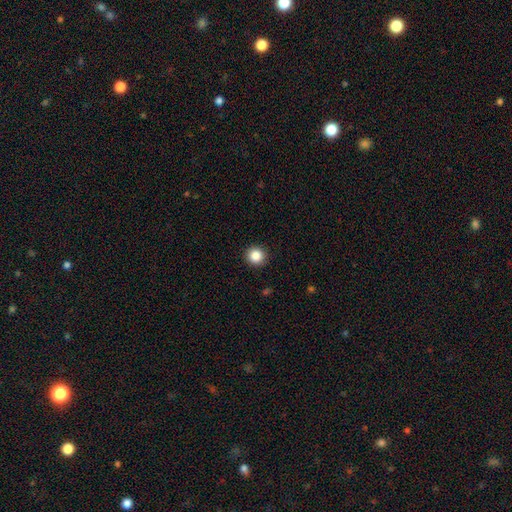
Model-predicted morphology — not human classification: This appears to be a smooth galaxy with no disk features (86%) that is round (94%). Merging: none (93%).